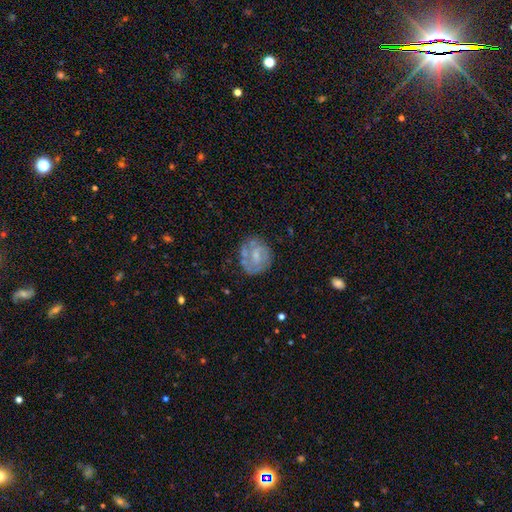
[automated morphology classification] This is likely a featured or disk galaxy (63%). It is clearly not viewed edge-on (98%). Bar: possibly no (51%). Spiral arm pattern: likely yes (67%). Central bulge: marginally small (43%). Merging: likely none (67%).